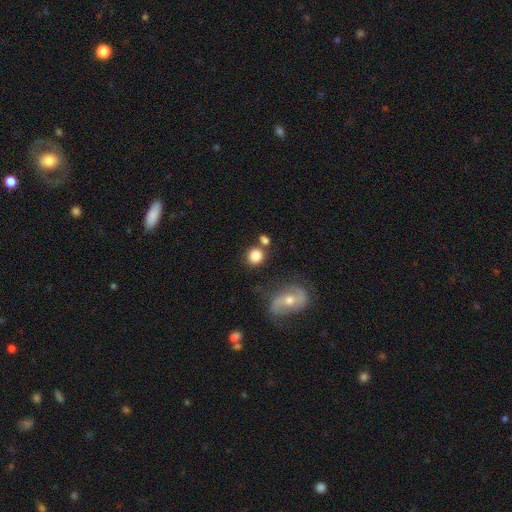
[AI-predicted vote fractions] Morphology: type=smooth (82%); roundness=round (87%); merging=none (70%).